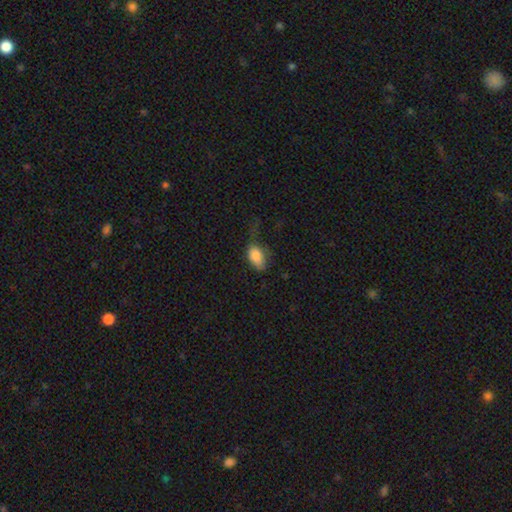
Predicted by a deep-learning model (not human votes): Overall: smooth (85%). How rounded: in between (90%). Merging: none (36%; minor disturbance 34%).